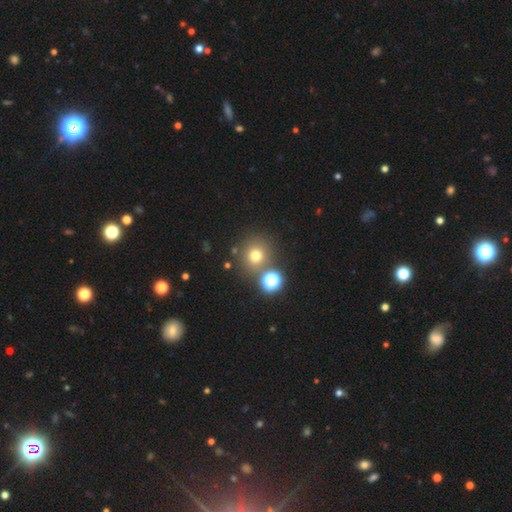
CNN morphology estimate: Q: Smooth or featured?
A: smooth (71%); runner-up: star or artifact (20%)
Q: How rounded?
A: round (92%); runner-up: in between (8%)
Q: Merging?
A: none (76%); runner-up: merger (12%)